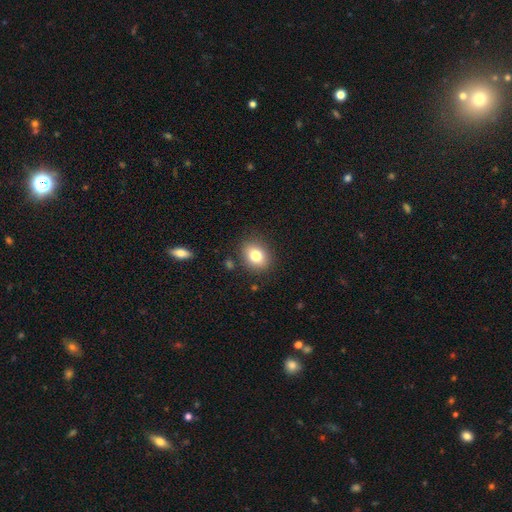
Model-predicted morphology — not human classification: Smooth or featured: smooth — 78% (featured or disk — 11%)
How rounded: round — 51% (in between — 48%)
Merging: none — 85% (minor disturbance — 10%)